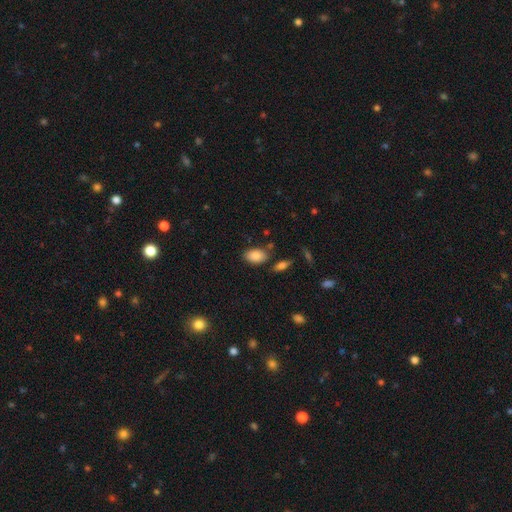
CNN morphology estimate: The model was most divided on "merging": none: 78%, minor disturbance: 13%, merger: 6%, major disturbance: 3%. More confident: how rounded — in between (92%); smooth or featured — smooth (86%).